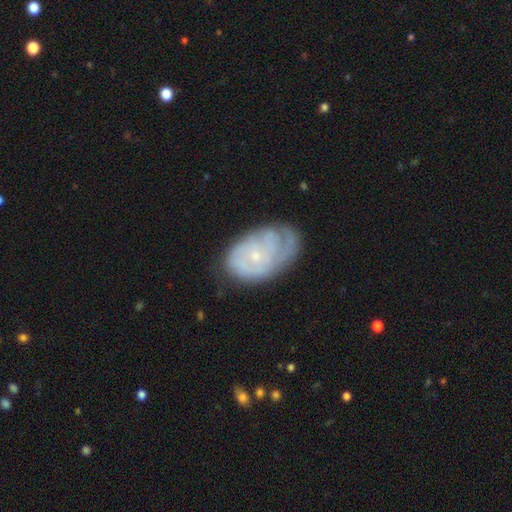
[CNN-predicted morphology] This appears to be a featured or disk galaxy (70%) with no bar (78%), tight (65%) spiral arms (85%) and a small central bulge (78%). Merging: none (55%).